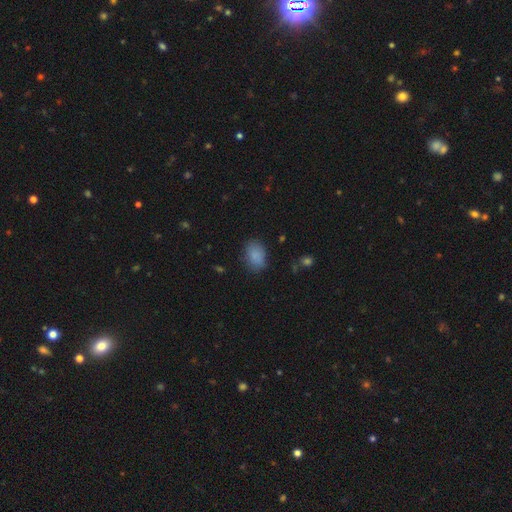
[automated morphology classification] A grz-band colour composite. It shows a smooth galaxy with no disk features (86%) that is in between round and cigar-shaped (81%). Merging: none (78%).